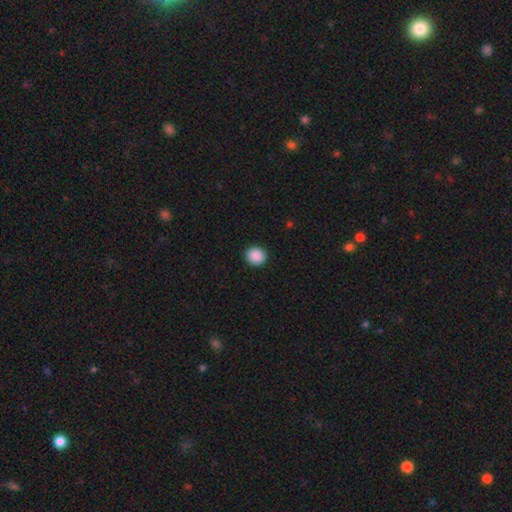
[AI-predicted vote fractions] Overall: smooth (90%). How rounded: round (86%). Merging: none (92%).